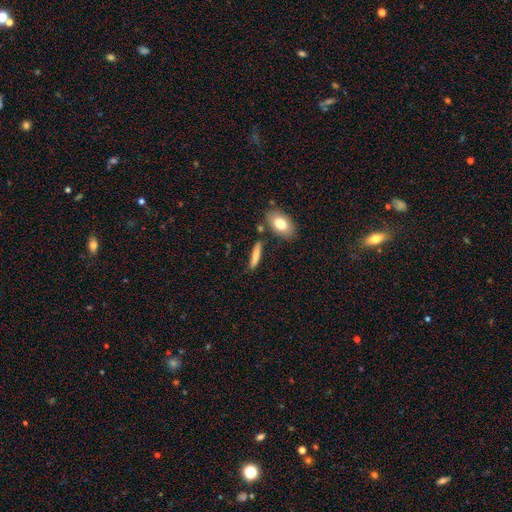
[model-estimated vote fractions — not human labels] Smooth or featured? Predicted: smooth (p=0.76). How rounded? Predicted: cigar-shaped (p=0.78). Merging? Predicted: none (p=0.79).